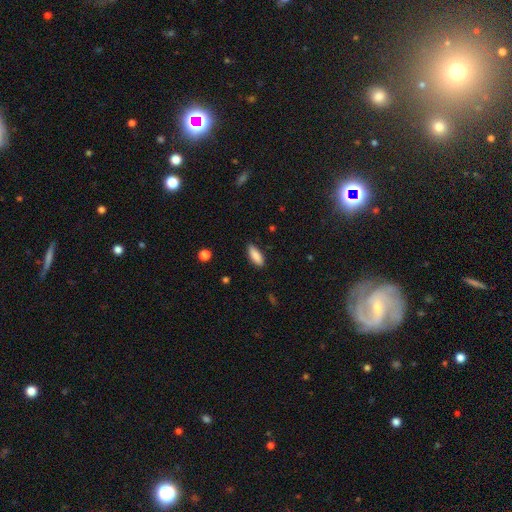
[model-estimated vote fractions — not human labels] Smooth or featured? smooth (88%)
How rounded? in between (68%)
Merging? none (87%)